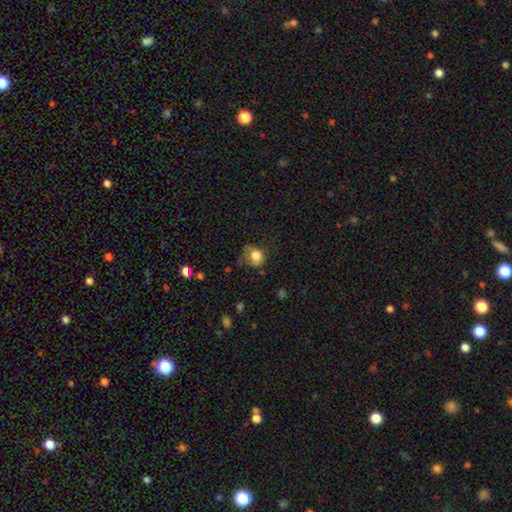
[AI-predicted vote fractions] smooth_or_featured: smooth (p=0.81) [alt: star or artifact p=0.10]
how_rounded: round (p=0.72) [alt: in between p=0.27]
merging: none (p=0.46) [alt: minor disturbance p=0.33]